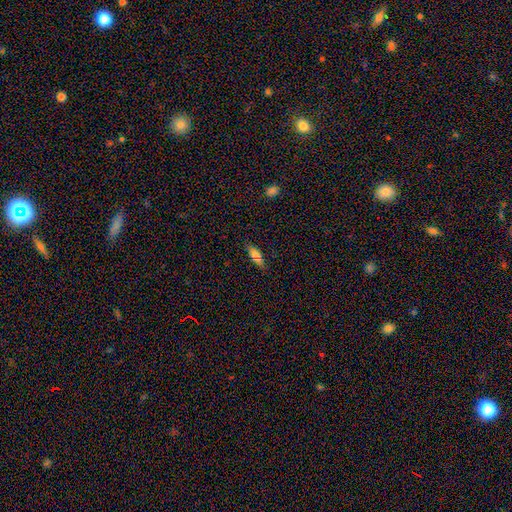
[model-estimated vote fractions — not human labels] This appears to be a smooth galaxy with no disk features (72%) that is in between round and cigar-shaped (66%). Merging: none (83%).